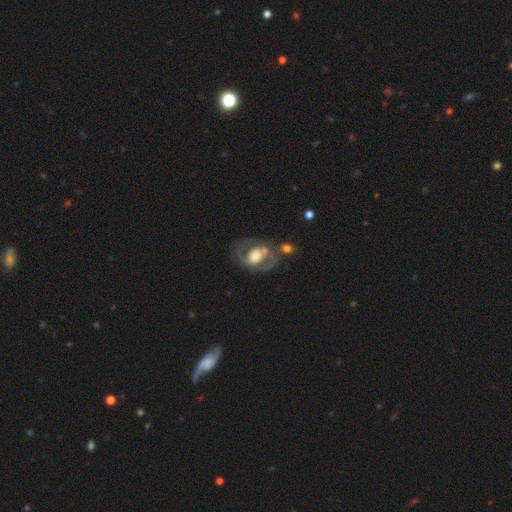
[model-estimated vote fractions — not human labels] This appears to be a featured or disk galaxy (72%) with no bar (47%), 2 (83%) medium (53%) spiral arms (76%) and a moderate central bulge (44%). Merging: none (56%).